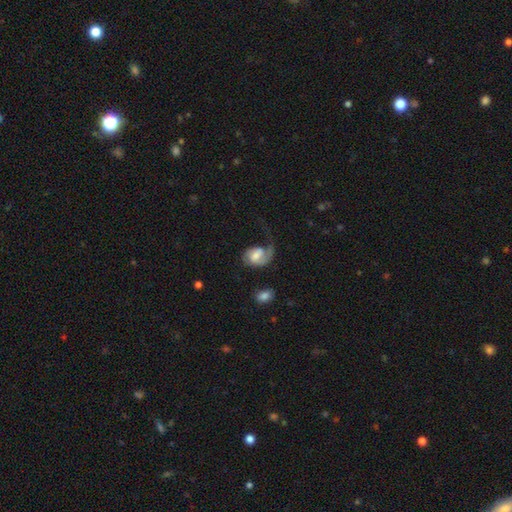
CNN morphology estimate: Smooth or featured? Predicted: featured or disk (p=0.67). Edge-on disk? Predicted: no (p=0.98). Bar? Predicted: weak (p=0.47). Spiral arms? Predicted: yes (p=0.90). Spiral winding? Predicted: loose (p=0.44). Spiral arm count? Predicted: 1 (p=0.59). Bulge size? Predicted: moderate (p=0.45). Merging? Predicted: major disturbance (p=0.46).